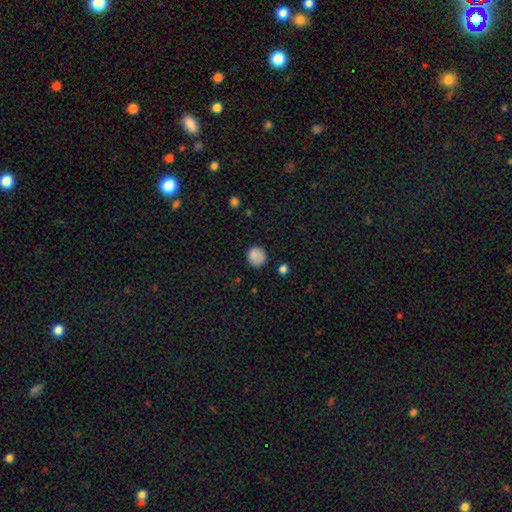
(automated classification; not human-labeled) Smooth or featured? smooth (84%)
How rounded? round (90%)
Merging? none (78%)